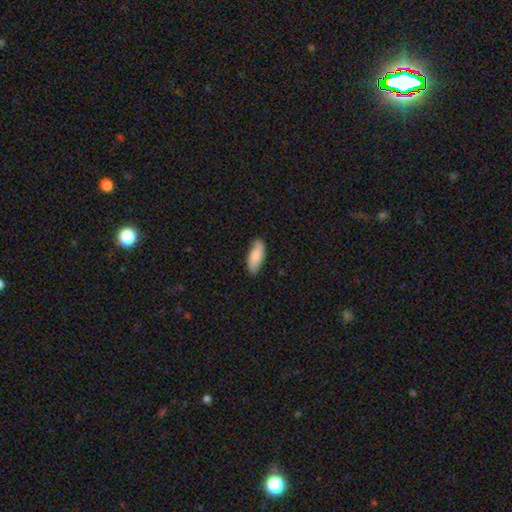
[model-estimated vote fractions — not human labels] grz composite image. It shows a smooth galaxy with no disk features (83%) that is in between round and cigar-shaped (73%). Merging: none (82%).